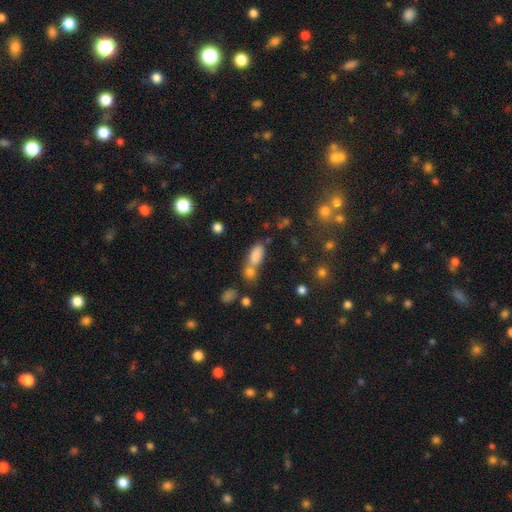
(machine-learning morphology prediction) This appears to be a smooth galaxy with no disk features (81%) that is in between round and cigar-shaped (85%). Merging: merger (53%).